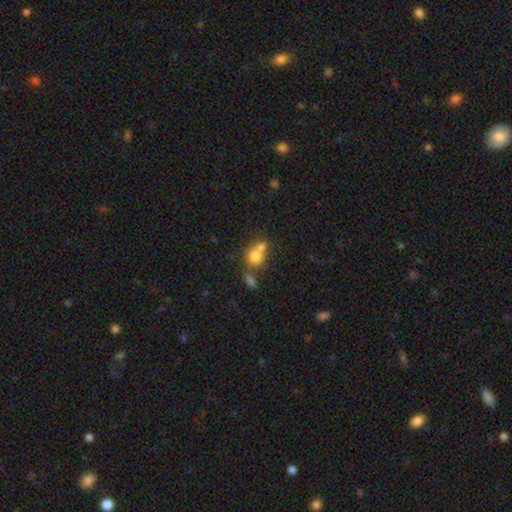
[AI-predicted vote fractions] smooth 74%, featured or disk 16%, star or artifact 11%. Down the decision tree: how rounded — round (71%); merging — merger (53%).